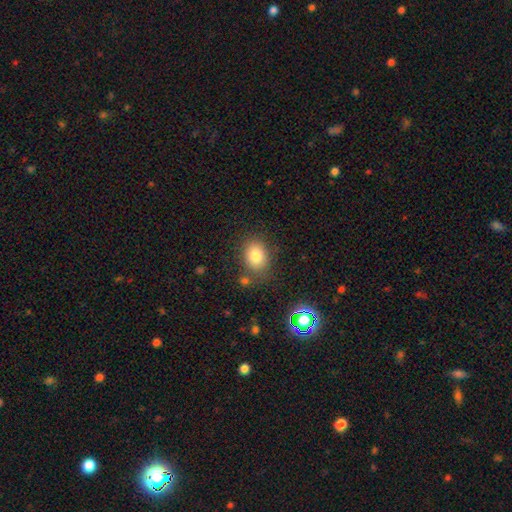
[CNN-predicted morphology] Q: Smooth or featured?
A: smooth (81%); runner-up: star or artifact (11%)
Q: How rounded?
A: in between (59%); runner-up: round (40%)
Q: Merging?
A: none (77%); runner-up: minor disturbance (14%)